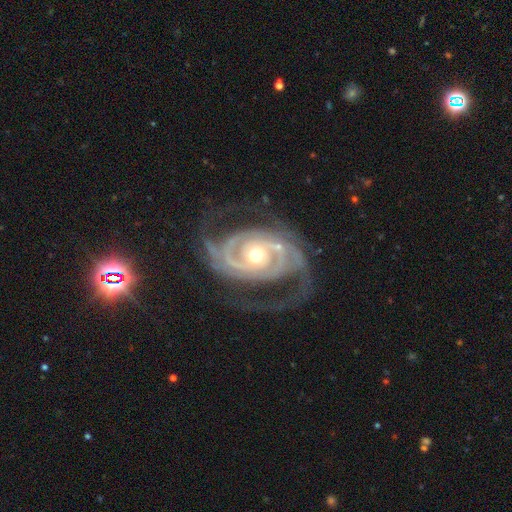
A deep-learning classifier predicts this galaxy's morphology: Smooth or featured? featured or disk (92%)
Edge-on disk? no (97%)
Bar? no (72%)
Spiral arms? yes (97%)
Spiral winding? tight (51%)
Spiral arm count? 2 (55%)
Bulge size? moderate (70%)
Merging? none (61%)